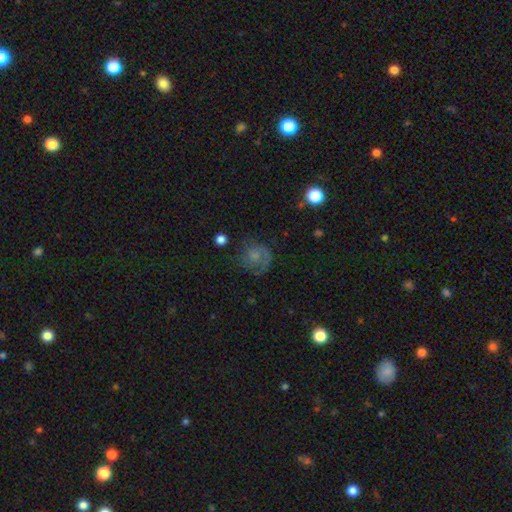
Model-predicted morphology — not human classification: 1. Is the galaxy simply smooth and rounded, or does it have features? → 48% featured or disk, 39% smooth, 12% star or artifact.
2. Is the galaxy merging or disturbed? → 55% none, 21% major disturbance, 21% minor disturbance, 2% merger.